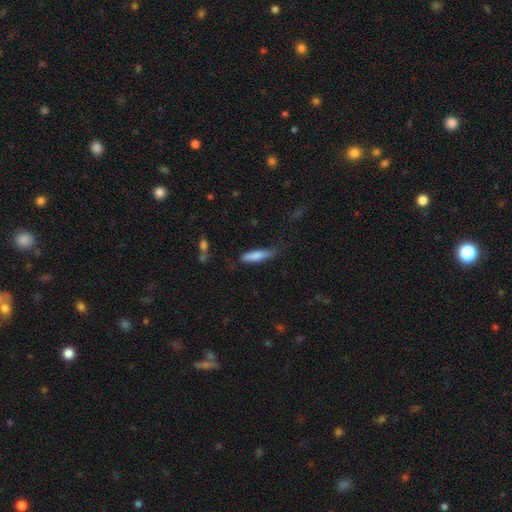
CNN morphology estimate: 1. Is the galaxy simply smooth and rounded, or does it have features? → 78% smooth, 16% featured or disk, 6% star or artifact.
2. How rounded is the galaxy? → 73% cigar-shaped, 25% in between, 2% round.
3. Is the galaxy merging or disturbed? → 65% none, 26% minor disturbance, 6% major disturbance, 2% merger.